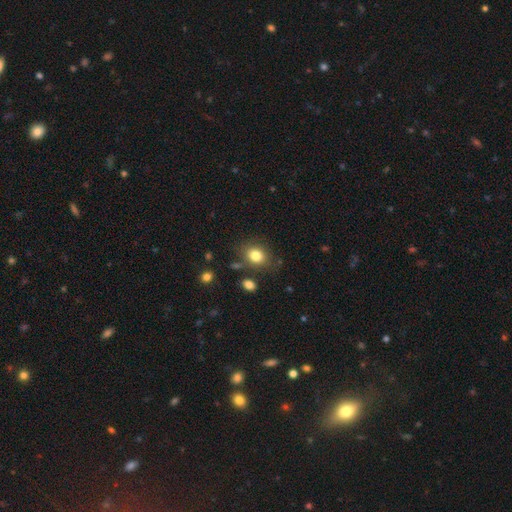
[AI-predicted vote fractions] A smooth galaxy with no disk features (82%) that is round (55%).

Vote fractions:
- Smooth or featured? smooth: 82% / star or artifact: 10% / featured or disk: 8%
- How rounded? round: 55% / in between: 44% / cigar-shaped: 1%
- Merging? none: 76% / minor disturbance: 14% / merger: 5% / major disturbance: 4%